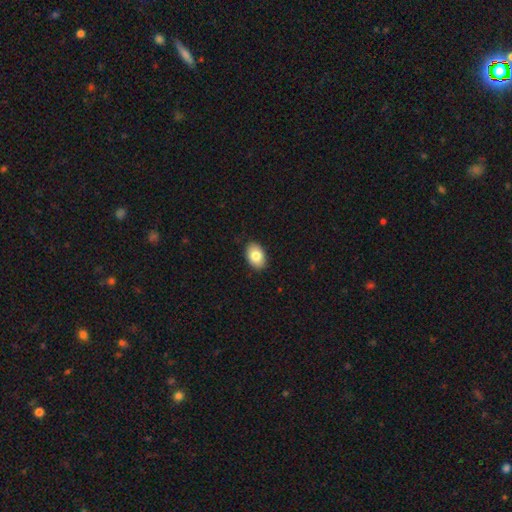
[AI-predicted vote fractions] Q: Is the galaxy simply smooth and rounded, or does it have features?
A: smooth — 83%.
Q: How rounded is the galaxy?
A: in between — 87%.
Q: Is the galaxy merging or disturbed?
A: none — 89%.